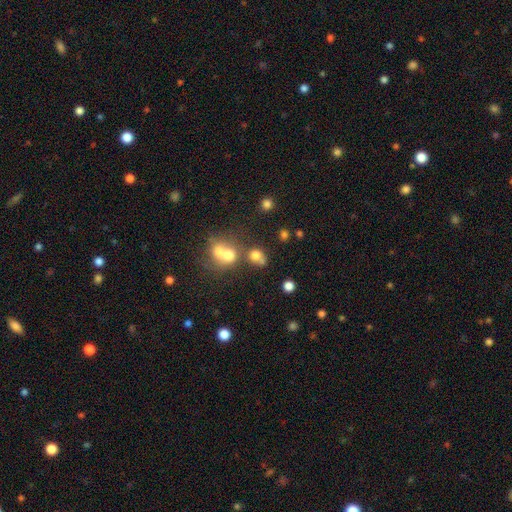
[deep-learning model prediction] smooth_or_featured: smooth (p=0.69) [alt: star or artifact p=0.17]
how_rounded: round (p=0.75) [alt: in between p=0.24]
merging: merger (p=0.47) [alt: none p=0.39]